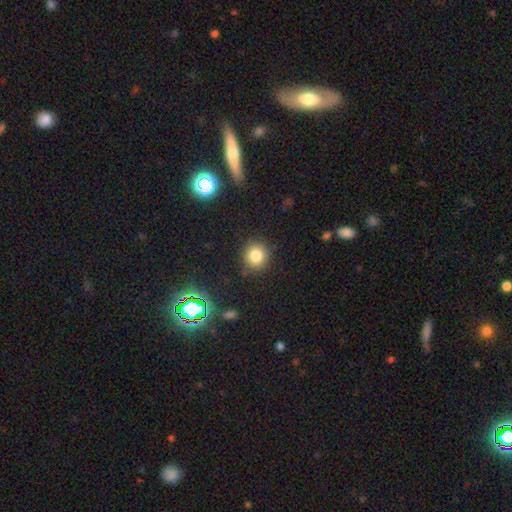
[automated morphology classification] Q: Smooth or featured?
A: smooth (80%); runner-up: star or artifact (13%)
Q: How rounded?
A: round (87%); runner-up: in between (12%)
Q: Merging?
A: none (87%); runner-up: minor disturbance (9%)